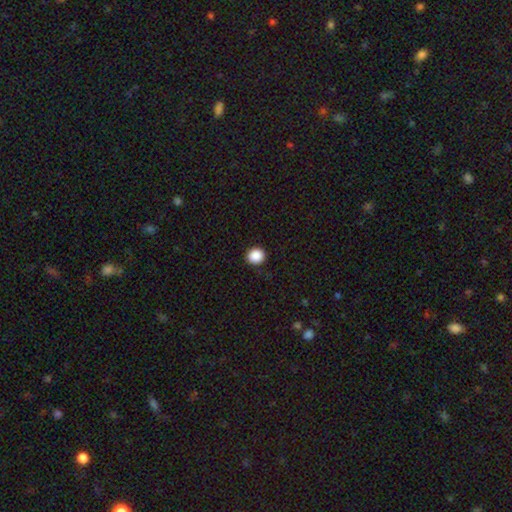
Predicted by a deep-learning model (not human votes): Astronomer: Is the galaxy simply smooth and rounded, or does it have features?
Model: smooth — 88%.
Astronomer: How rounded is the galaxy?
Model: round — 87%.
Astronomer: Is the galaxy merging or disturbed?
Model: none — 92%.